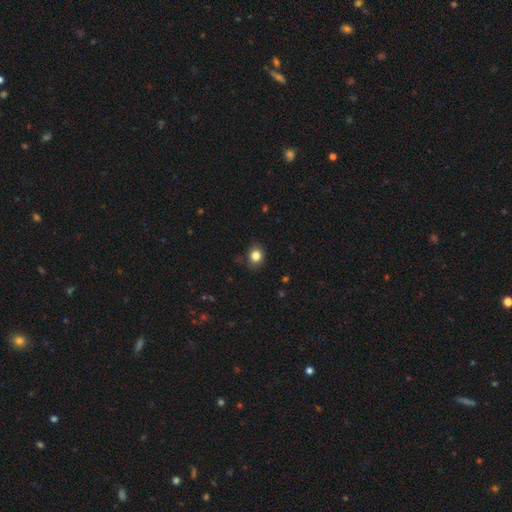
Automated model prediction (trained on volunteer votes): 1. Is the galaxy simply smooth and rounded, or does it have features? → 82% smooth, 11% star or artifact, 7% featured or disk.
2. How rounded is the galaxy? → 62% round, 37% in between, 1% cigar-shaped.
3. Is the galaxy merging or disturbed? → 81% none, 14% minor disturbance, 3% major disturbance, 1% merger.